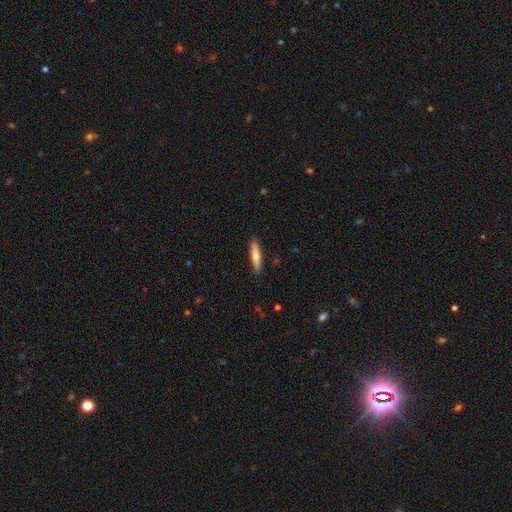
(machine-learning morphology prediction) Smooth or featured? smooth (69%)
How rounded? cigar-shaped (86%)
Merging? none (89%)